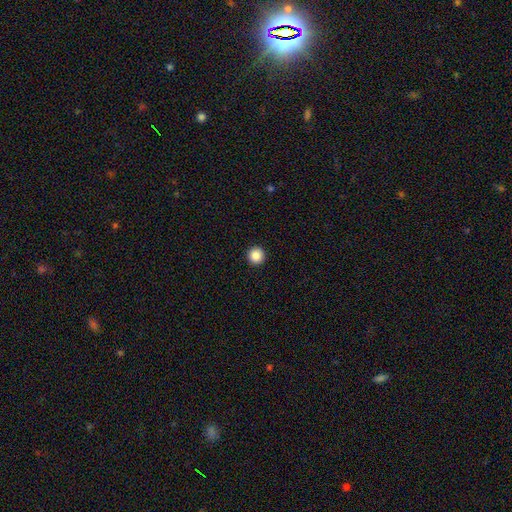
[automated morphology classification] A smooth galaxy with no disk features (88%) that is round (96%). Merging: none (94%).